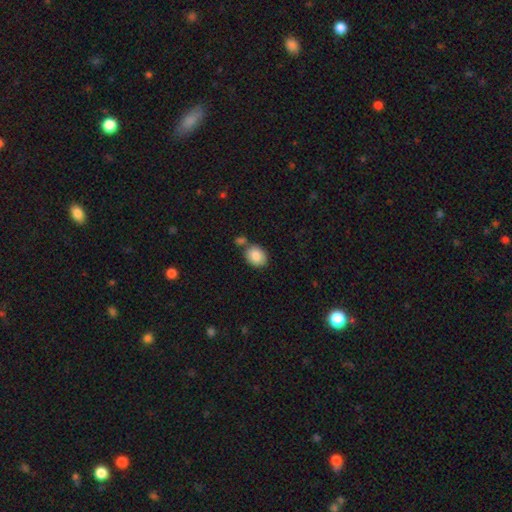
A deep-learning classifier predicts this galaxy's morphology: Q: Smooth or featured?
A: smooth (86%); runner-up: star or artifact (7%)
Q: How rounded?
A: in between (54%); runner-up: round (45%)
Q: Merging?
A: none (65%); runner-up: merger (19%)